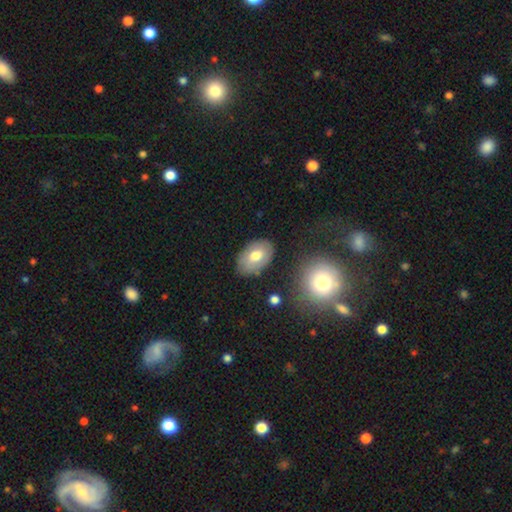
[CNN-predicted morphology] A smooth galaxy with no disk features (66%) that is in between round and cigar-shaped (89%). Merging: none (78%).